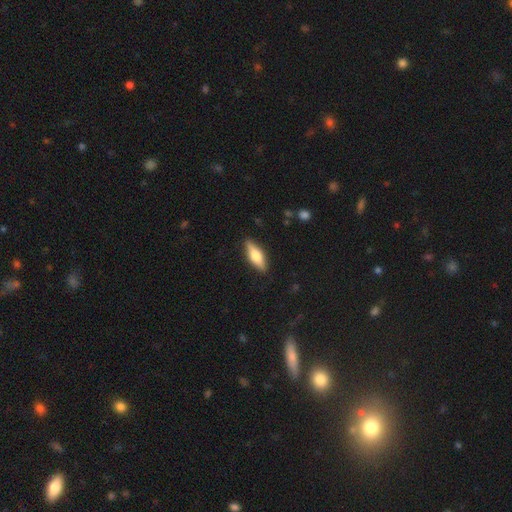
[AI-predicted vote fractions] The model was most divided on "how rounded": in between: 55%, cigar-shaped: 43%, round: 2%. More confident: merging — none (88%); smooth or featured — smooth (58%).